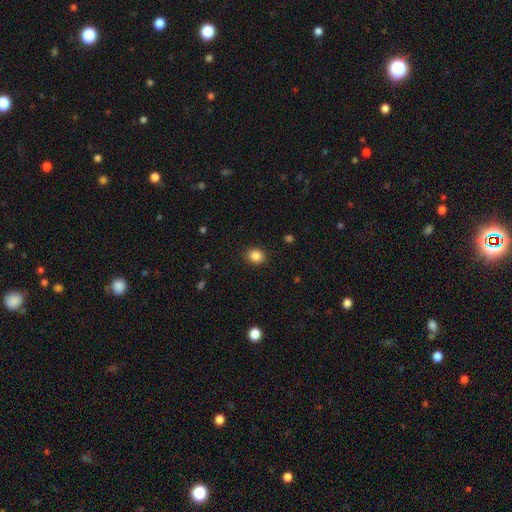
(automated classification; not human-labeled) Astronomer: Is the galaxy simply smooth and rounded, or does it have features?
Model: smooth — 86%.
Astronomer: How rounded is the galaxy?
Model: round — 71%.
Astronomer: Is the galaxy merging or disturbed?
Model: none — 90%.